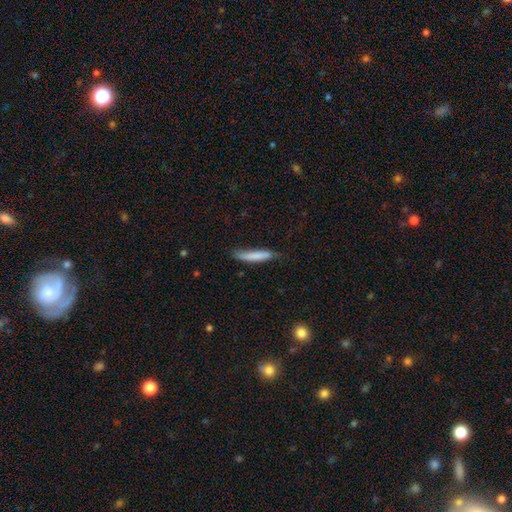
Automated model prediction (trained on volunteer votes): The model was most divided on "merging": none: 69%, minor disturbance: 24%, major disturbance: 4%, merger: 2%. More confident: how rounded — cigar-shaped (90%); smooth or featured — smooth (79%).